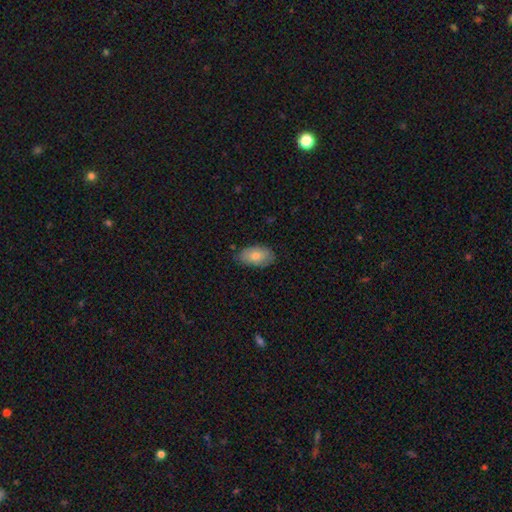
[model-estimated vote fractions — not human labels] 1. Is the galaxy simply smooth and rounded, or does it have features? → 79% smooth, 15% featured or disk, 6% star or artifact.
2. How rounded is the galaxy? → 94% in between, 4% round, 2% cigar-shaped.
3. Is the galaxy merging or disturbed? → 78% none, 17% minor disturbance, 3% major disturbance, 1% merger.